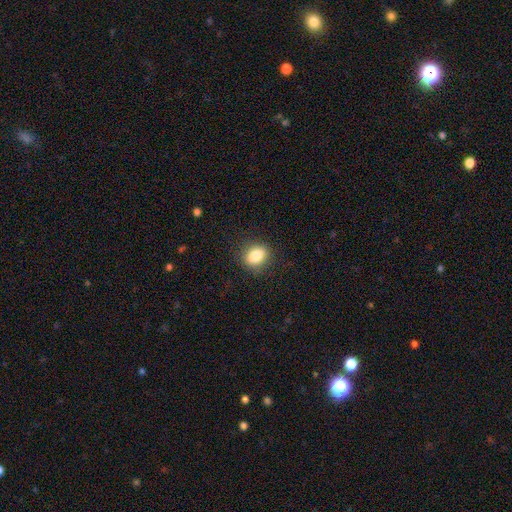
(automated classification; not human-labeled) This appears to be a smooth galaxy with no disk features (84%) that is in between round and cigar-shaped (59%). Merging: none (86%).